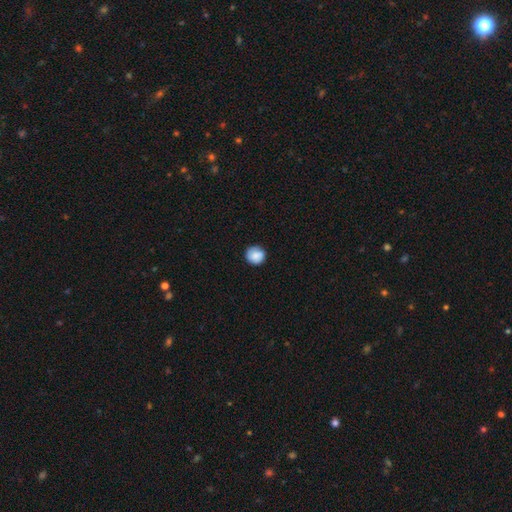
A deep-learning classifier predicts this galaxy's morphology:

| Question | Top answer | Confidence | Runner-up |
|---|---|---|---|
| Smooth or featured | smooth | 84% | featured or disk (8%) |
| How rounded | round | 92% | in between (8%) |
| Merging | none | 83% | minor disturbance (13%) |